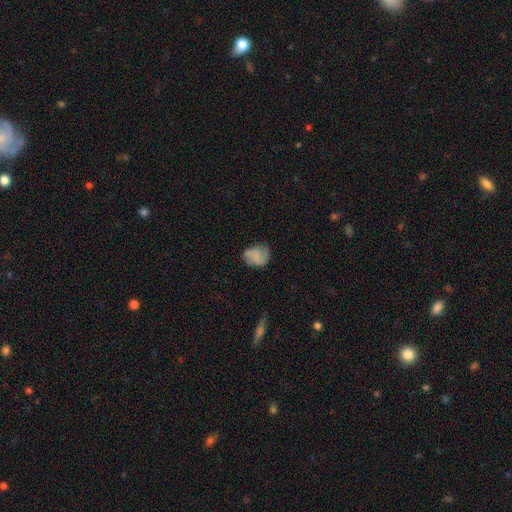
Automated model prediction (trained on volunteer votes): A smooth galaxy with no disk features (61%) that is in between round and cigar-shaped (51%). Merging: none (55%).